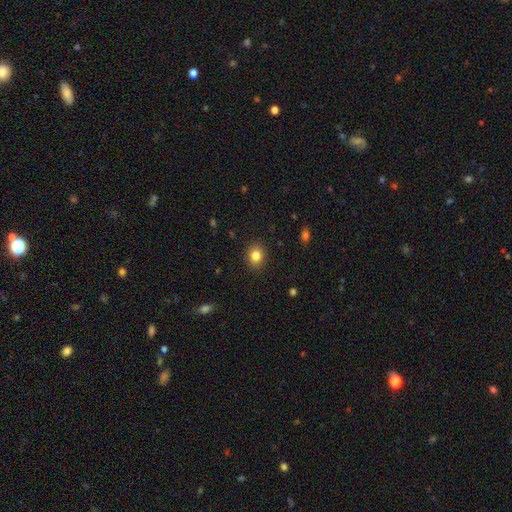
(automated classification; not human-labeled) The model was most divided on "how rounded": round: 60%, in between: 39%, cigar-shaped: 1%. More confident: merging — none (89%); smooth or featured — smooth (83%).